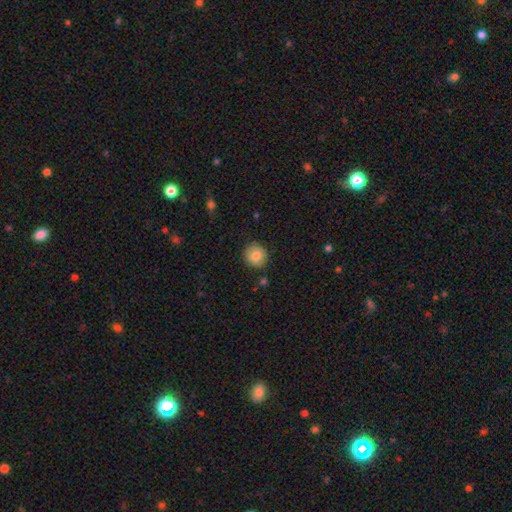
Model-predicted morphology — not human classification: Smooth or featured?
  - smooth: 81% *
  - featured or disk: 11%
  - star or artifact: 8%
How rounded?
  - round: 88% *
  - in between: 11%
  - cigar-shaped: 1%
Merging?
  - none: 85% *
  - minor disturbance: 10%
  - major disturbance: 2%
  - merger: 2%